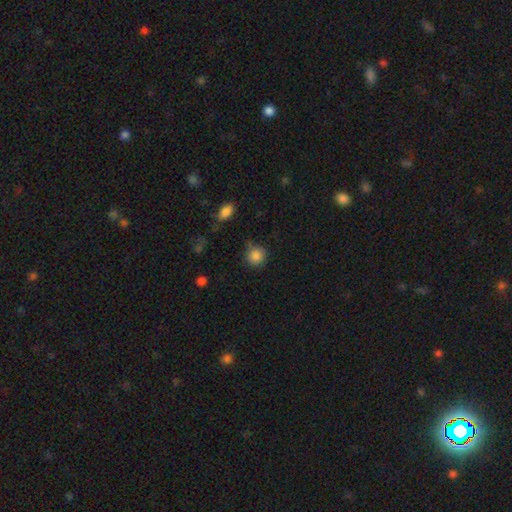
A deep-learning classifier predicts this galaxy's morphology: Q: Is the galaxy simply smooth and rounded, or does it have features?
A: smooth — 86%.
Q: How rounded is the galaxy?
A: round — 89%.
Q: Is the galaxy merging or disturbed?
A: none — 76%.